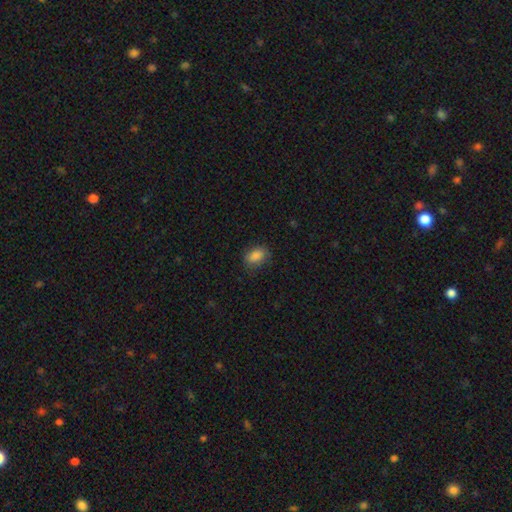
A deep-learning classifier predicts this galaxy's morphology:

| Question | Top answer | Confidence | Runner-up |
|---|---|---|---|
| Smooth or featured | smooth | 87% | star or artifact (9%) |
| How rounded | in between | 84% | round (14%) |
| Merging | none | 81% | minor disturbance (15%) |